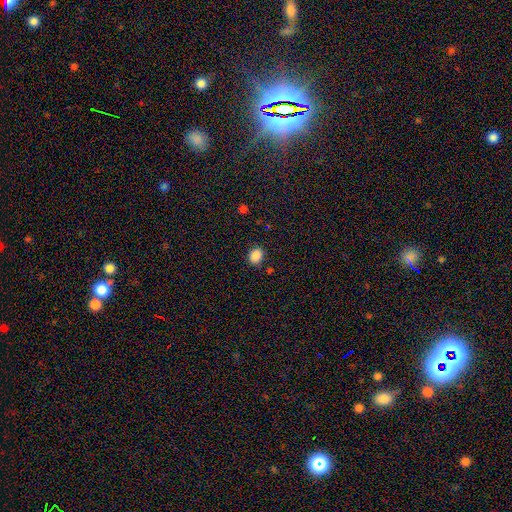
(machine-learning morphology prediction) Q: Smooth or featured?
A: smooth (87%); runner-up: star or artifact (10%)
Q: How rounded?
A: in between (53%); runner-up: round (46%)
Q: Merging?
A: none (84%); runner-up: minor disturbance (11%)